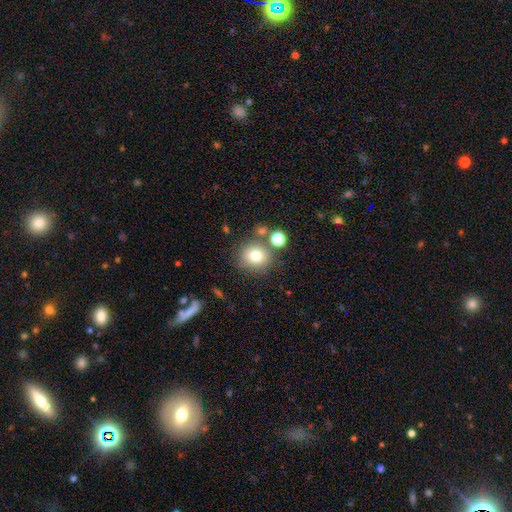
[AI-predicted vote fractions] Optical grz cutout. It shows a smooth galaxy with no disk features (76%) that is round (84%). Merging: none (71%).